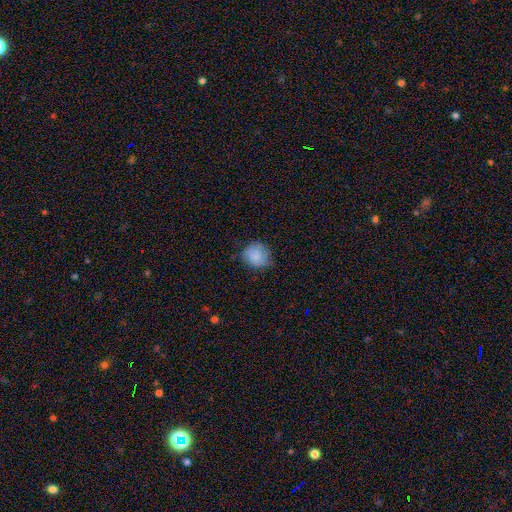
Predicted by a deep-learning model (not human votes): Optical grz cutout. It shows a smooth galaxy with no disk features (84%) that is round (82%). Merging: none (68%).